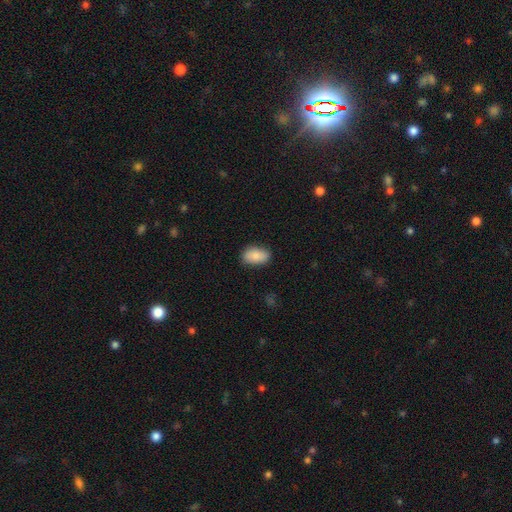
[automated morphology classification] Overall: smooth (85%). How rounded: in between (92%). Merging: none (83%).